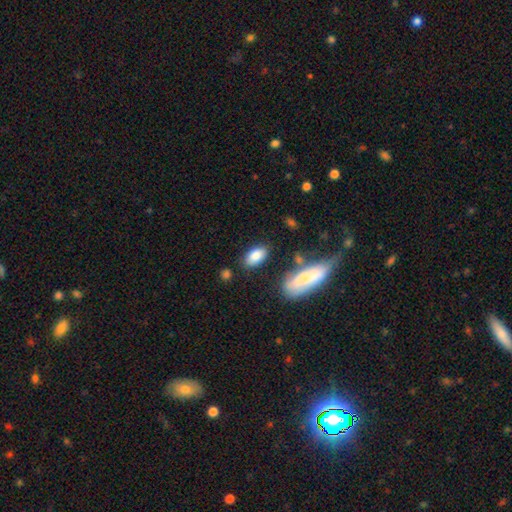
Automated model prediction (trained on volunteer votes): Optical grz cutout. It shows a smooth galaxy with no disk features (84%) that is in between round and cigar-shaped (92%). Merging: none (78%).